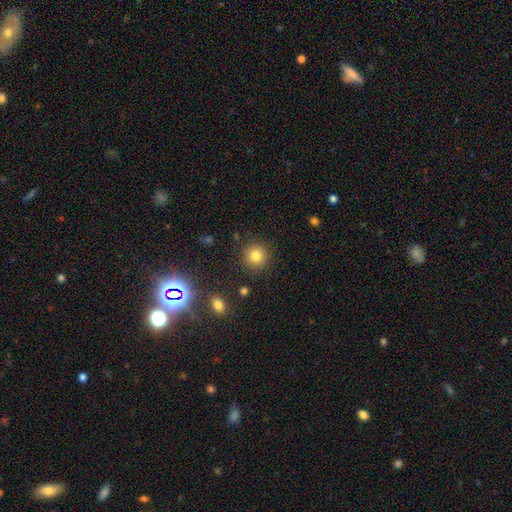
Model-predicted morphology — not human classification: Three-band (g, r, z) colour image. It shows a smooth galaxy with no disk features (81%) that is round (93%). Merging: none (89%).